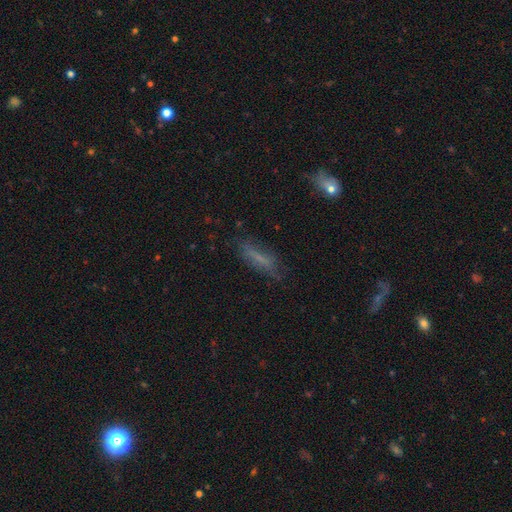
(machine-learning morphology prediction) Overall: smooth (55%; featured or disk 28%). How rounded: cigar-shaped (68%; in between 29%). Merging: none (70%).